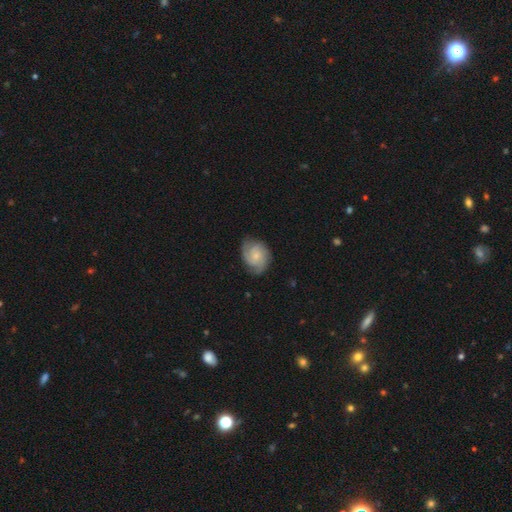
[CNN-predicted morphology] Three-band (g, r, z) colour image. It shows a featured or disk galaxy (63%) with no bar (71%), 3 (33%) tight (47%) spiral arms (93%) and a small central bulge (61%). Merging: none (72%).